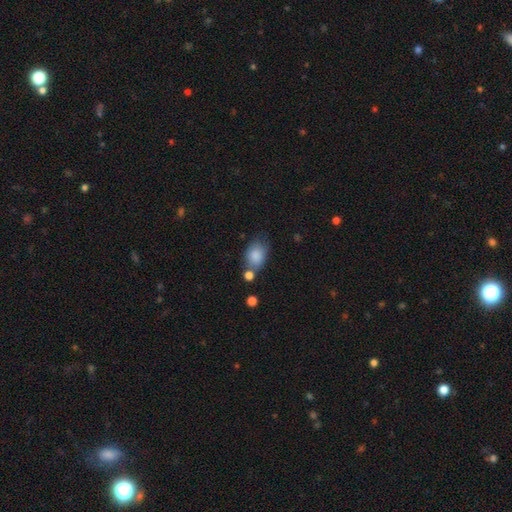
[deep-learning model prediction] Q: Smooth or featured?
A: smooth (85%); runner-up: star or artifact (8%)
Q: How rounded?
A: in between (78%); runner-up: round (20%)
Q: Merging?
A: none (53%); runner-up: minor disturbance (24%)